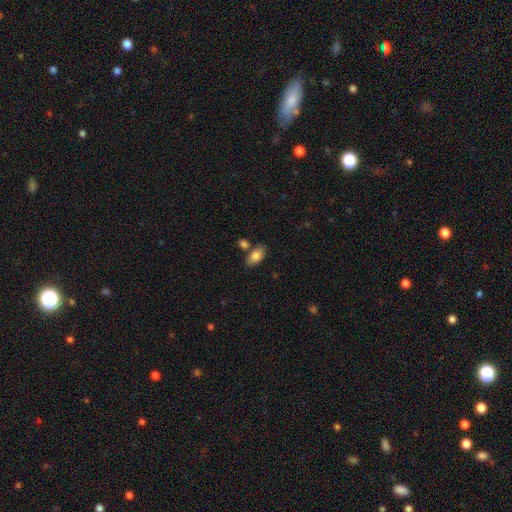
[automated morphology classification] The model was most divided on "merging": none: 71%, merger: 13%, minor disturbance: 13%, major disturbance: 3%. More confident: how rounded — in between (91%); smooth or featured — smooth (82%).